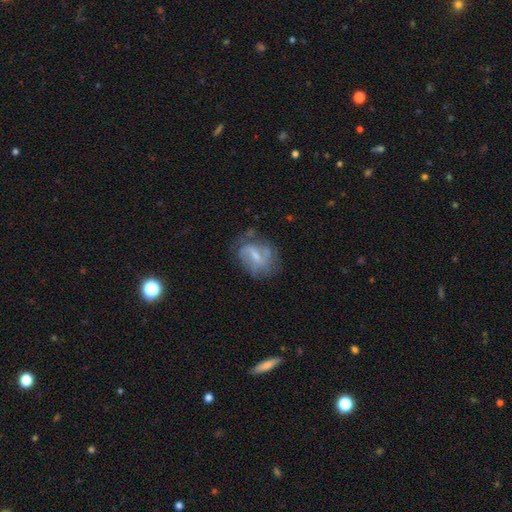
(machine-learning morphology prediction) This appears to be a featured or disk galaxy (65%) with a weak bar (54%), spiral arms (75%) and a small central bulge (45%). Merging: none (54%).